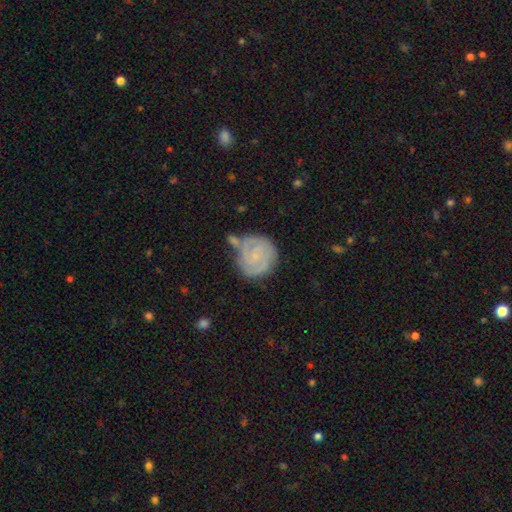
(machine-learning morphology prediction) A featured or disk galaxy (70%) with no bar (61%), 2 (44%) tight (65%) spiral arms (92%) and a small central bulge (70%). Merging: none (53%).